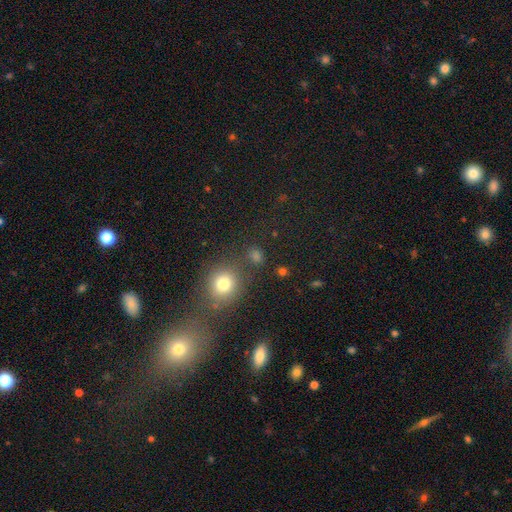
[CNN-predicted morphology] The model was most divided on "smooth or featured": smooth: 68%, star or artifact: 25%, featured or disk: 8%. More confident: how rounded — round (75%); merging — none (73%).